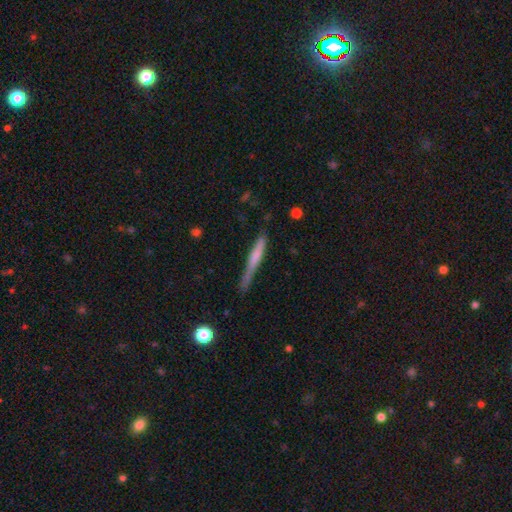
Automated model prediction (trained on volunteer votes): Smooth or featured? smooth (59%)
How rounded? cigar-shaped (95%)
Merging? none (59%)